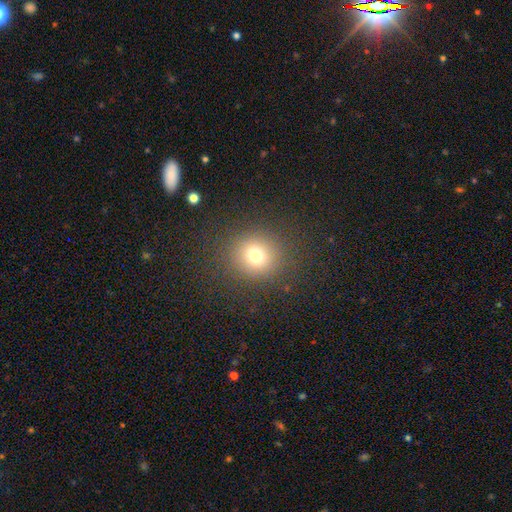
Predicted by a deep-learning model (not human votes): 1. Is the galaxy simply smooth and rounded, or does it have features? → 74% smooth, 17% star or artifact, 9% featured or disk.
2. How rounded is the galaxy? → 88% round, 11% in between, 1% cigar-shaped.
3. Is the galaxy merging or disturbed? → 88% none, 7% minor disturbance, 4% major disturbance, 1% merger.